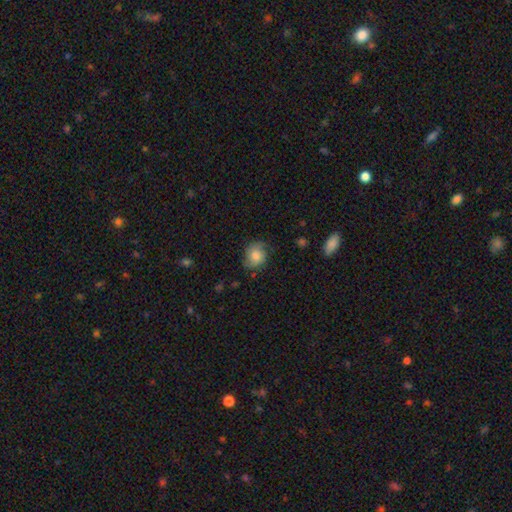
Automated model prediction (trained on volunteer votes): This is likely a smooth galaxy (69%). How rounded: likely round (62%). Merging: likely none (67%).